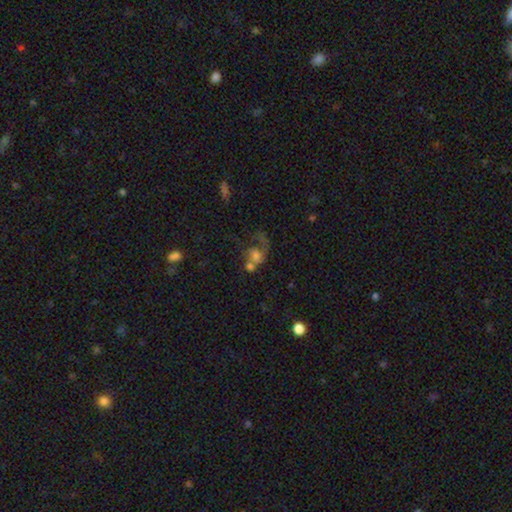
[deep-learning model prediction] The model was most divided on "smooth or featured": smooth: 43%, featured or disk: 42%, star or artifact: 15%. Remaining: merging — merger (44%).